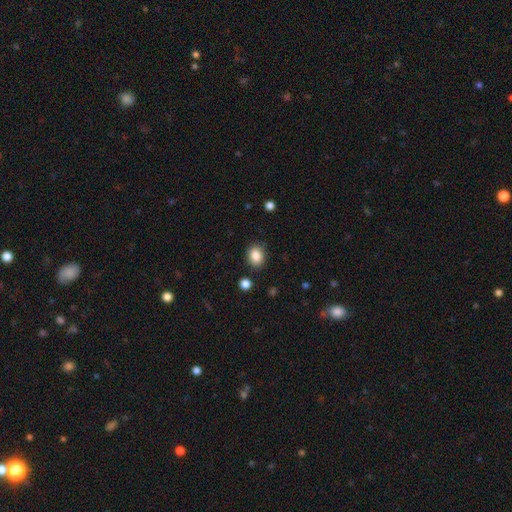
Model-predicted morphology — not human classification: Smooth or featured? smooth (86%)
How rounded? in between (52%)
Merging? none (84%)